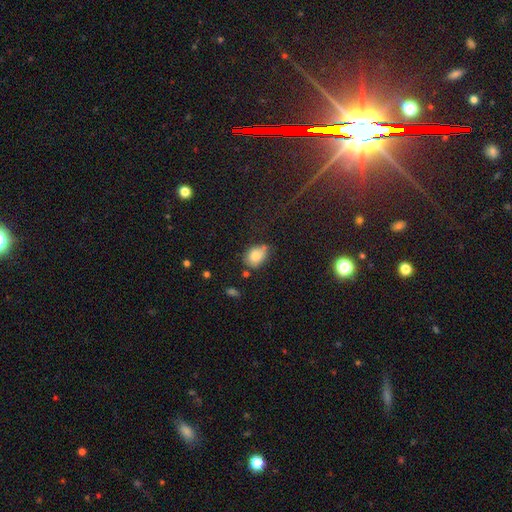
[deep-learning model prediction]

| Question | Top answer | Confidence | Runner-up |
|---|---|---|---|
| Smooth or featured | smooth | 80% | featured or disk (10%) |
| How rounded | in between | 65% | round (33%) |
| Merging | none | 58% | minor disturbance (26%) |